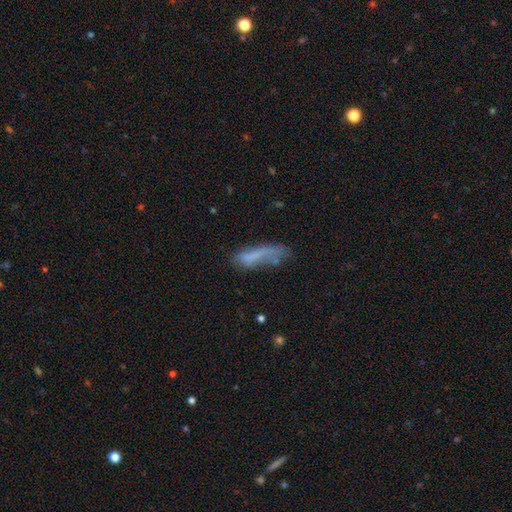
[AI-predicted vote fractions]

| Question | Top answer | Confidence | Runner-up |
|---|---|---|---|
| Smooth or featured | smooth | 64% | featured or disk (25%) |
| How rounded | cigar-shaped | 66% | in between (32%) |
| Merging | none | 40% | minor disturbance (29%) |